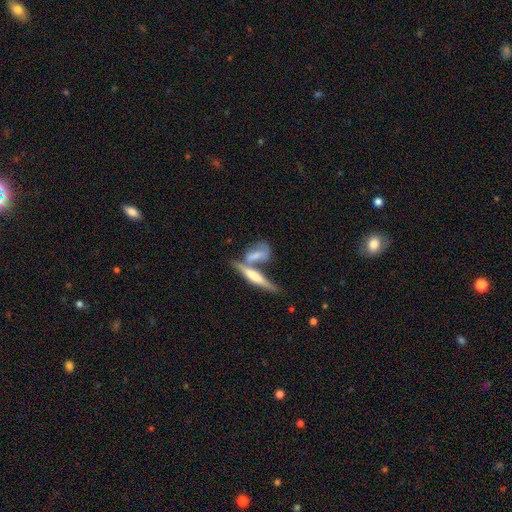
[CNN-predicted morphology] Q: Smooth or featured?
A: featured or disk (47%); runner-up: smooth (46%)
Q: Merging?
A: merger (54%); runner-up: none (30%)